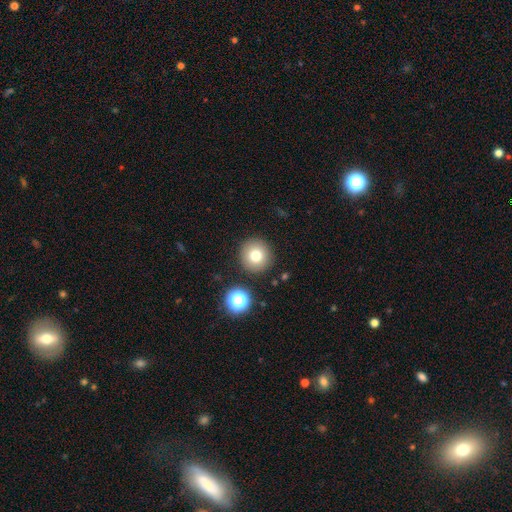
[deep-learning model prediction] The model was most divided on "smooth or featured": smooth: 76%, star or artifact: 13%, featured or disk: 11%. More confident: how rounded — round (95%); merging — none (89%).